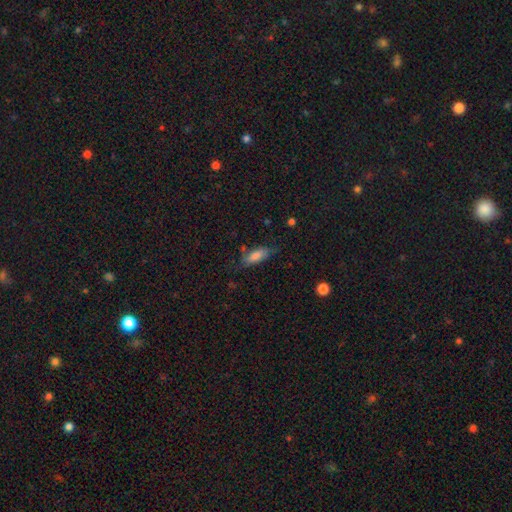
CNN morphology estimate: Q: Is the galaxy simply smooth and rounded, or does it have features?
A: smooth — 78%.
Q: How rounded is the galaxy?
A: in between — 72%.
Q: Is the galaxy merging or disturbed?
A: none — 67%.